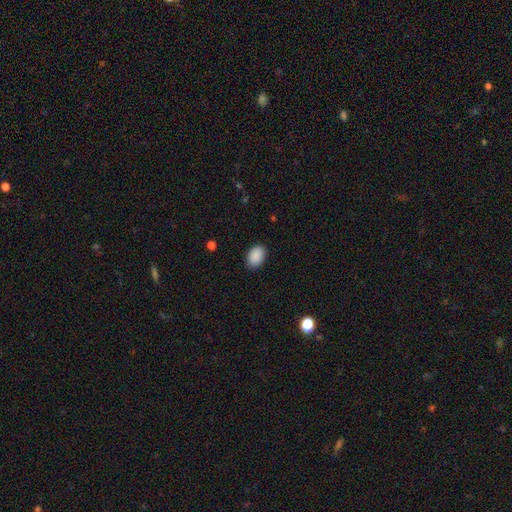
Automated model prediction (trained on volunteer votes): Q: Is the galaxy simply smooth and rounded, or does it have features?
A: smooth — 90%.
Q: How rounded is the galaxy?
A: in between — 82%.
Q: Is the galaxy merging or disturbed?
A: none — 88%.